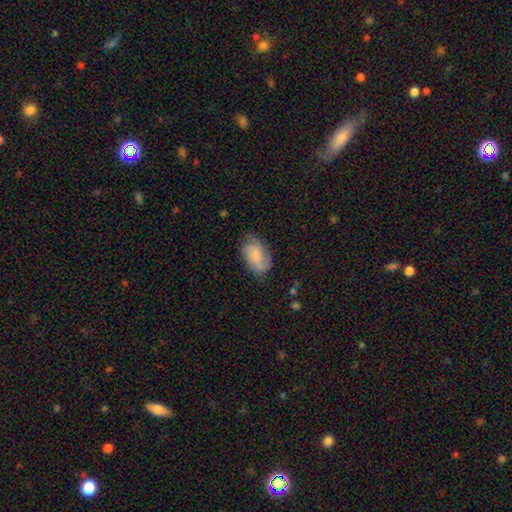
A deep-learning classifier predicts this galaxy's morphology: Smooth or featured? Predicted: smooth (p=0.55). How rounded? Predicted: in between (p=0.90). Merging? Predicted: none (p=0.63).